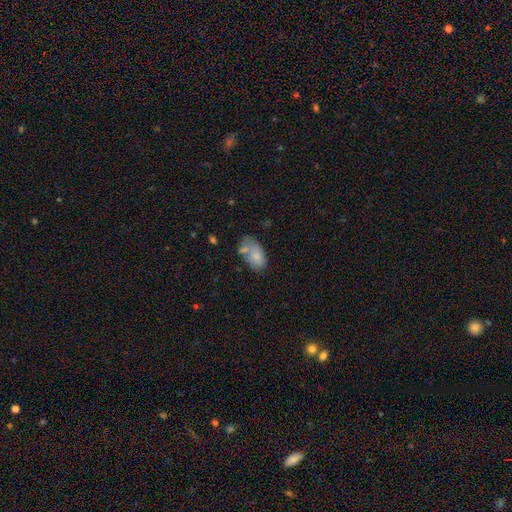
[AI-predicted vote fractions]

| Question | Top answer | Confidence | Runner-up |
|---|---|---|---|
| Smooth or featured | smooth | 76% | featured or disk (17%) |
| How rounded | in between | 92% | round (6%) |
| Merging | none | 37% | merger (29%) |